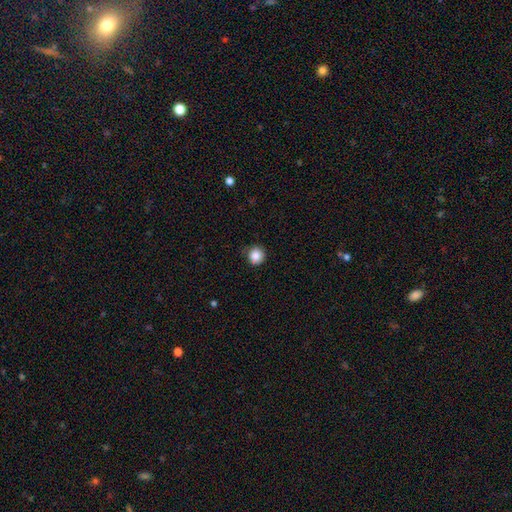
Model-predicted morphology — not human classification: type=smooth (86%); roundness=round (92%); merging=none (81%).